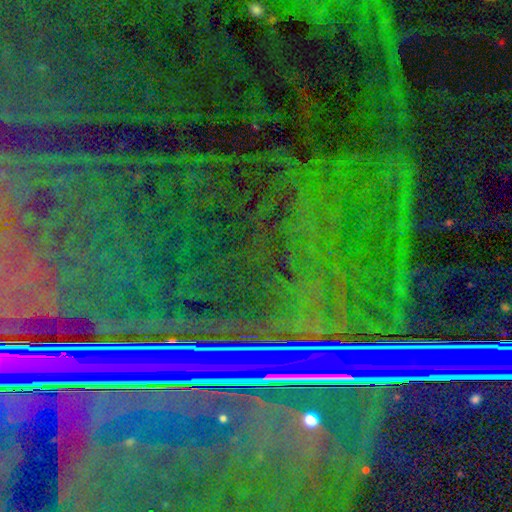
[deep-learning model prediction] Q: Smooth or featured?
A: star or artifact (88%); runner-up: featured or disk (7%)